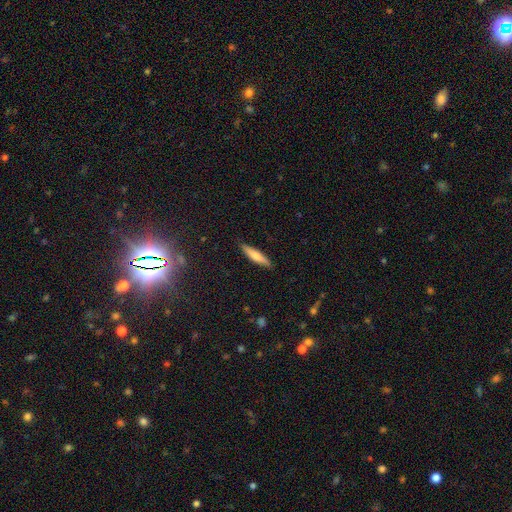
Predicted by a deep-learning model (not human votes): smooth-or-featured: smooth: 67% | featured or disk: 27% | star or artifact: 6%
  how-rounded: cigar-shaped: 82% | in between: 16% | round: 2%
  merging: none: 89% | minor disturbance: 8% | major disturbance: 2% | merger: 1%